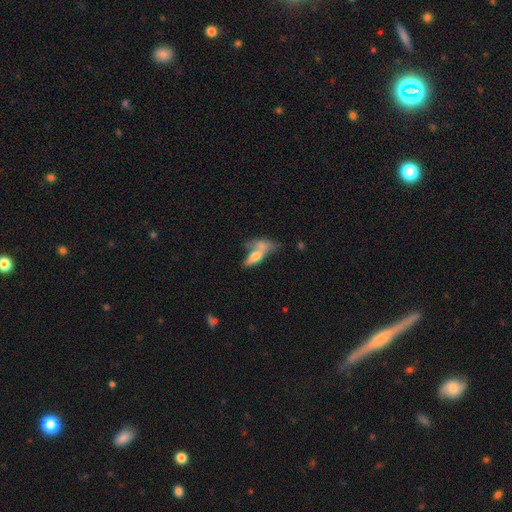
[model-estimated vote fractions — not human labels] Morphology: type=smooth (60%); roundness=in between (66%); merging=merger (50%).